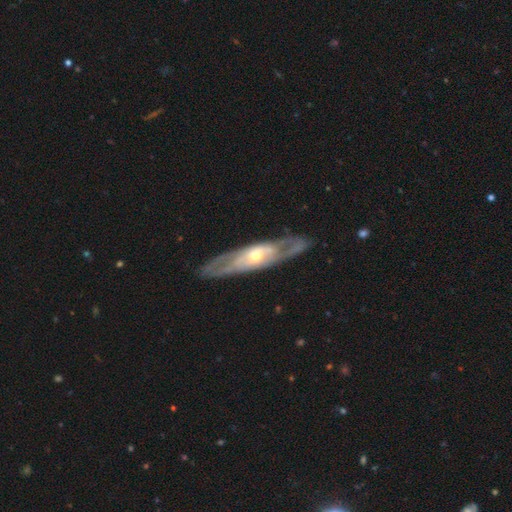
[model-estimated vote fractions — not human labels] This is likely a featured or disk galaxy (79%). It is likely not viewed edge-on (69%). Bar: likely no (65%). Spiral arm pattern: likely yes (67%). Central bulge: possibly moderate (52%). Merging: clearly none (83%).